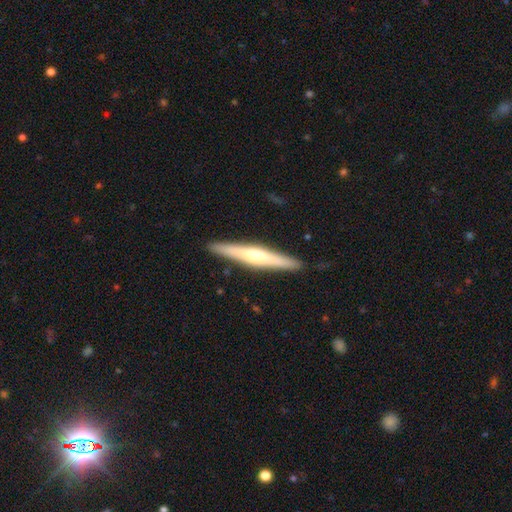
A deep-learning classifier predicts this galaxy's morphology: Smooth or featured? Predicted: featured or disk (p=0.61). Edge-on disk? Predicted: yes (p=0.96). Edge-on bulge? Predicted: rounded (p=0.80). Merging? Predicted: none (p=0.91).